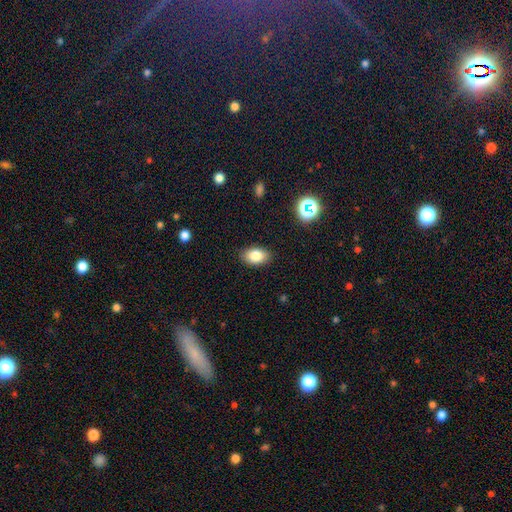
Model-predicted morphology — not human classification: type=smooth (82%); roundness=in between (87%); merging=none (87%).